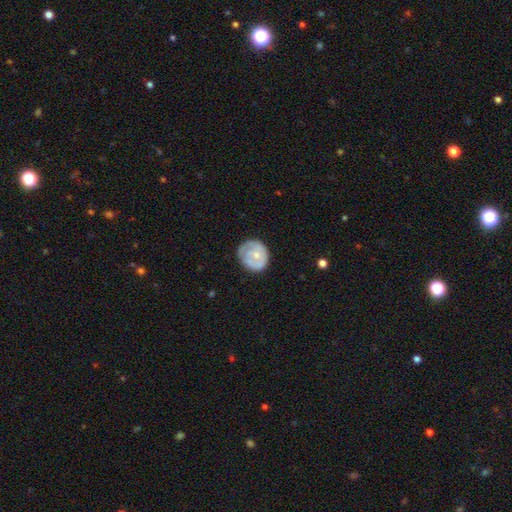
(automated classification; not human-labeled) smooth-or-featured: featured or disk: 53% | smooth: 41% | star or artifact: 5%
  disk-edge-on: no: 98% | yes: 2%
    bar: no: 83% | weak: 15% | strong: 2%
    has-spiral-arms: yes: 64% | no: 36%
    bulge-size: small: 60% | moderate: 34% | none: 4% | large: 2% | dominant: 1%
  merging: none: 67% | minor disturbance: 23% | major disturbance: 8% | merger: 2%